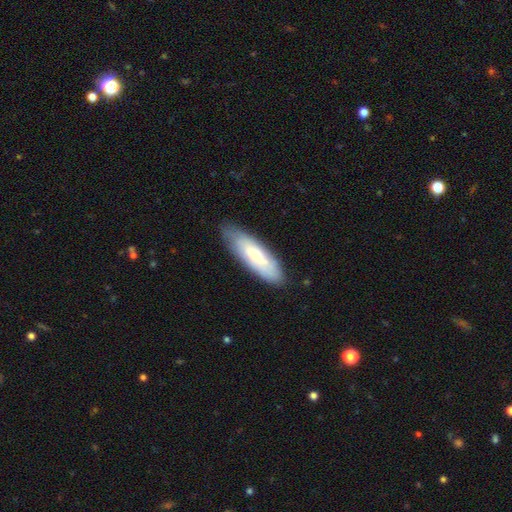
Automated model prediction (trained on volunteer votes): smooth_or_featured: smooth (p=0.58) [alt: featured or disk p=0.36]
how_rounded: in between (p=0.49) [tied with: cigar-shaped p=0.49]
merging: none (p=0.79) [alt: minor disturbance p=0.17]